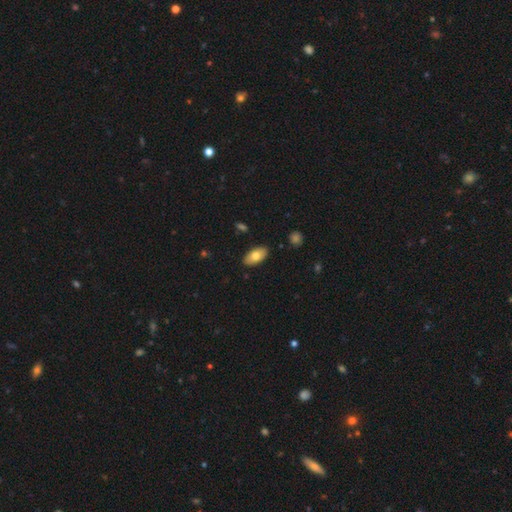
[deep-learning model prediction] smooth 75%, featured or disk 19%, star or artifact 6%. Down the decision tree: how rounded — in between (93%); merging — none (88%).